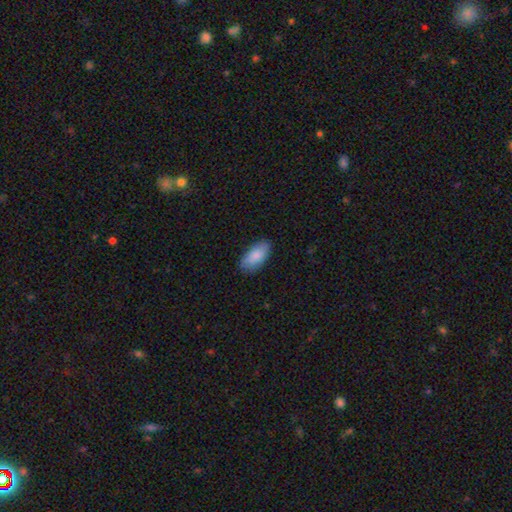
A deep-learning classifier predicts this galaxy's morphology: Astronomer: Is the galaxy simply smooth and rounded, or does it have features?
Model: smooth — 86%.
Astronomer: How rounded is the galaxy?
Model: in between — 93%.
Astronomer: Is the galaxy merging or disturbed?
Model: none — 85%.